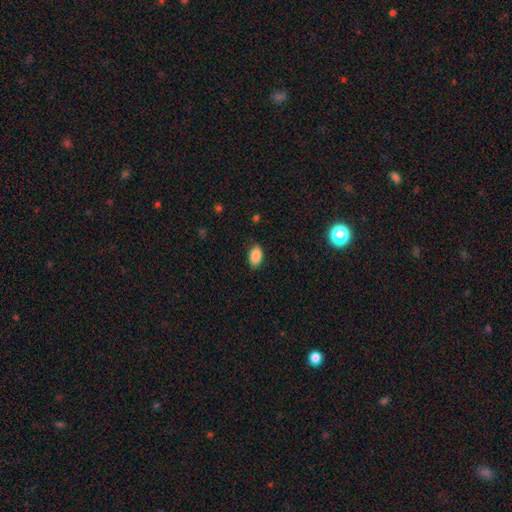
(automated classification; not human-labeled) A smooth galaxy with no disk features (88%) that is in between round and cigar-shaped (90%).

Vote fractions:
- Smooth or featured? smooth: 88% / star or artifact: 8% / featured or disk: 4%
- How rounded? in between: 90% / round: 8% / cigar-shaped: 2%
- Merging? none: 83% / minor disturbance: 13% / major disturbance: 3% / merger: 1%